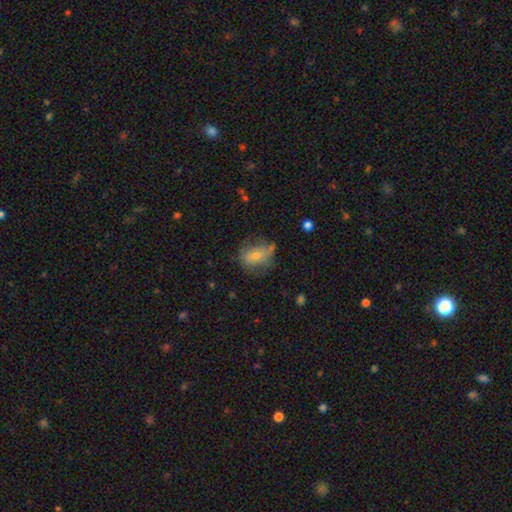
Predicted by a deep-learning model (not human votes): smooth 60%, featured or disk 28%, star or artifact 12%. Down the decision tree: how rounded — in between (64%); merging — none (57%).